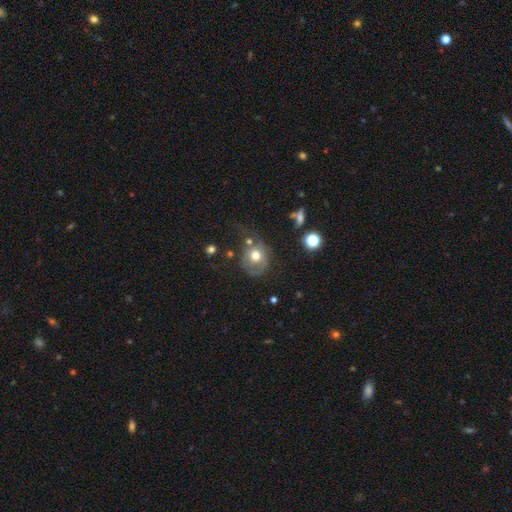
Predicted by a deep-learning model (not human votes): smooth 59%, featured or disk 30%, star or artifact 11%. Down the decision tree: how rounded — round (70%); merging — none (37%).